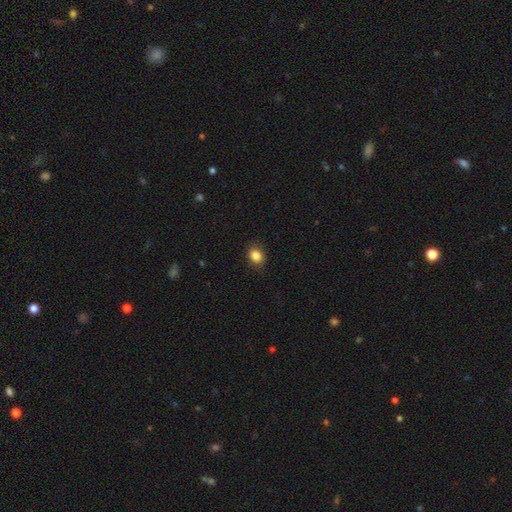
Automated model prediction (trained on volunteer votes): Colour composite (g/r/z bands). It shows a smooth galaxy with no disk features (85%) that is in between round and cigar-shaped (55%). Merging: none (84%).